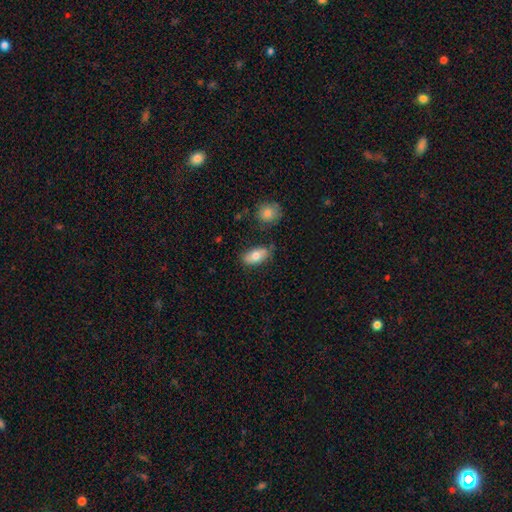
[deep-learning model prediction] smooth 76%, featured or disk 17%, star or artifact 7%. Down the decision tree: how rounded — in between (89%); merging — none (76%).